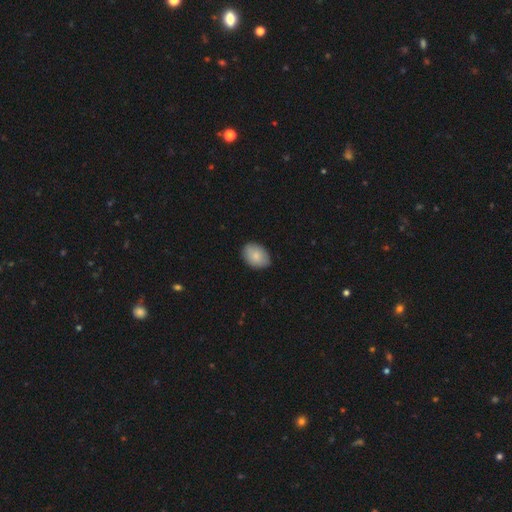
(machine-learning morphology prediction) type=smooth (85%); roundness=in between (80%); merging=none (84%).